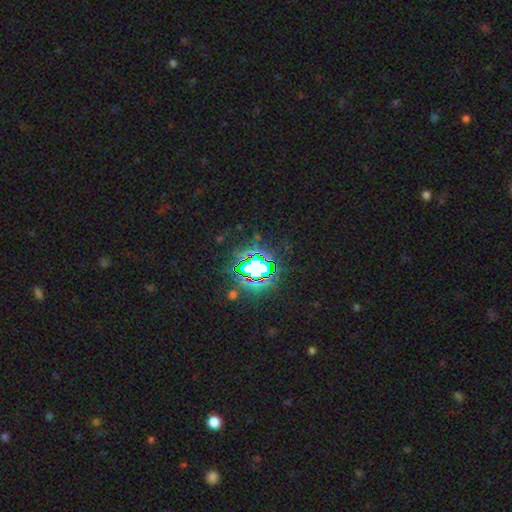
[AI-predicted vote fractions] Smooth or featured? Predicted: star or artifact (p=0.83).